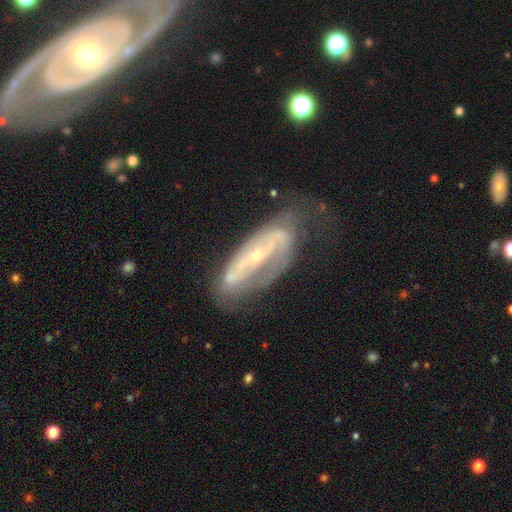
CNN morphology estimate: The model was most divided on "bar": no: 41%, strong: 34%, weak: 25%. Remaining: edge-on disk — no (85%); smooth or featured — featured or disk (76%); bulge size — small (73%); spiral arms — yes (63%); merging — none (40%).